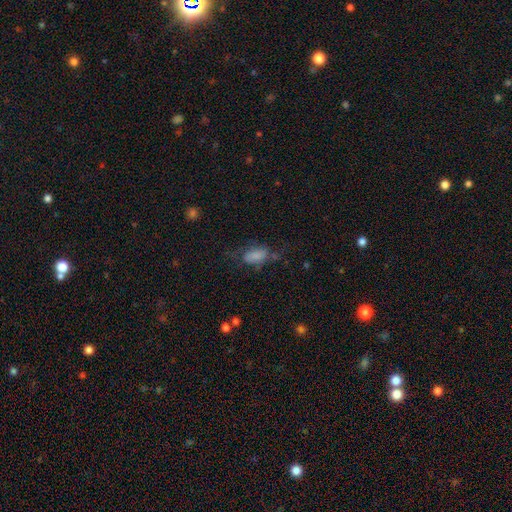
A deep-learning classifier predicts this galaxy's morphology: The model was most divided on "merging": none: 42%, minor disturbance: 28%, major disturbance: 27%, merger: 4%. More confident: how rounded — in between (90%); smooth or featured — smooth (72%).